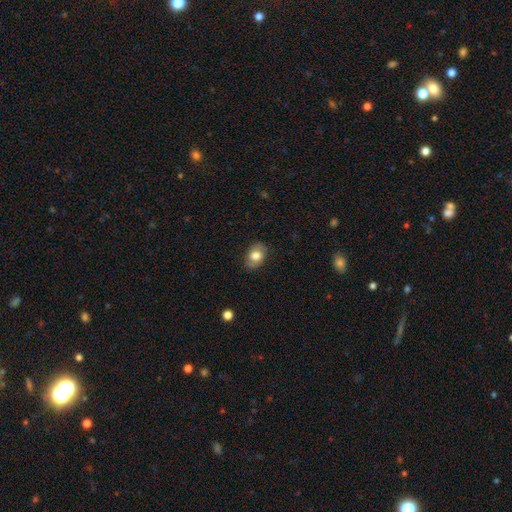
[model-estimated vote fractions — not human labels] Smooth or featured? smooth (69%)
How rounded? in between (79%)
Merging? none (77%)